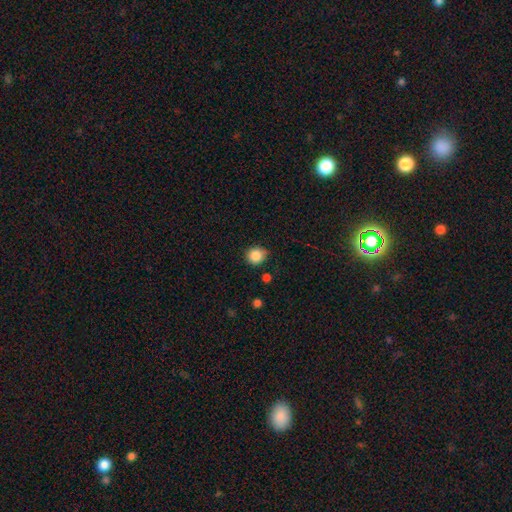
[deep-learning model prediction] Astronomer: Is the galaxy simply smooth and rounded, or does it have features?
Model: smooth — 86%.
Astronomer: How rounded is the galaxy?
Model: round — 84%.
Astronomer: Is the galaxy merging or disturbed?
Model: none — 76%.